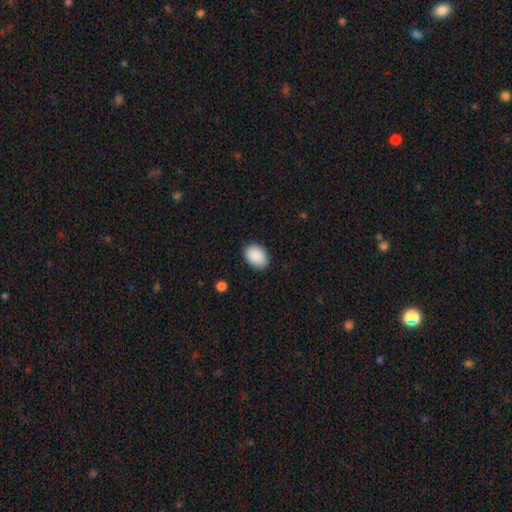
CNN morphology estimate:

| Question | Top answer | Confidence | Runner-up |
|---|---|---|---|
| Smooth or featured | smooth | 90% | star or artifact (7%) |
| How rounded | in between | 81% | round (18%) |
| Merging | none | 85% | minor disturbance (11%) |